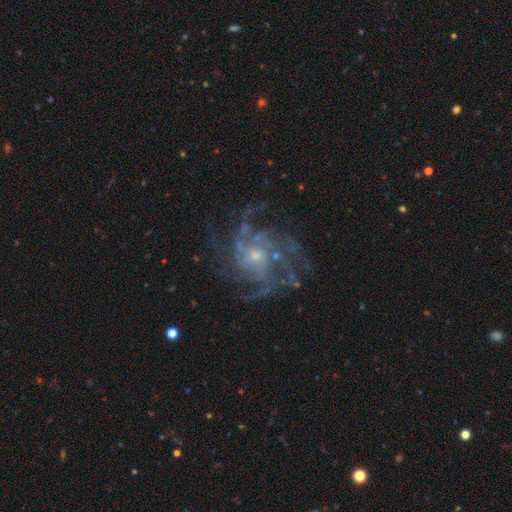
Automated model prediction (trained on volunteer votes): Smooth or featured? featured or disk (85%)
Edge-on disk? no (98%)
Bar? no (71%)
Spiral arms? yes (95%)
Spiral winding? medium (44%)
Spiral arm count? 4 (28%)
Bulge size? small (67%)
Merging? none (72%)